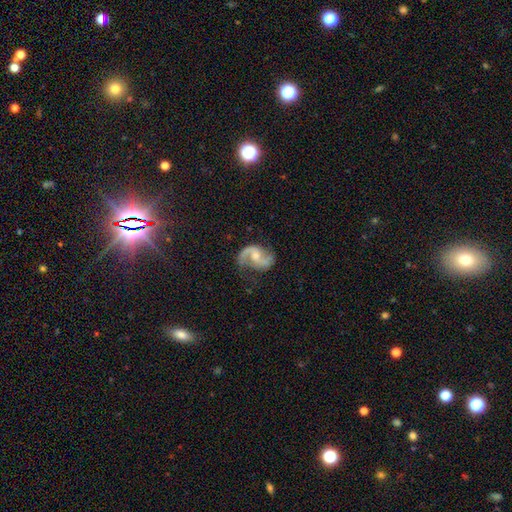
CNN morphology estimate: A featured or disk galaxy (89%) with no bar (49%), 2 (92%) medium (48%) spiral arms (97%) and a moderate central bulge (59%). Merging: none (71%).